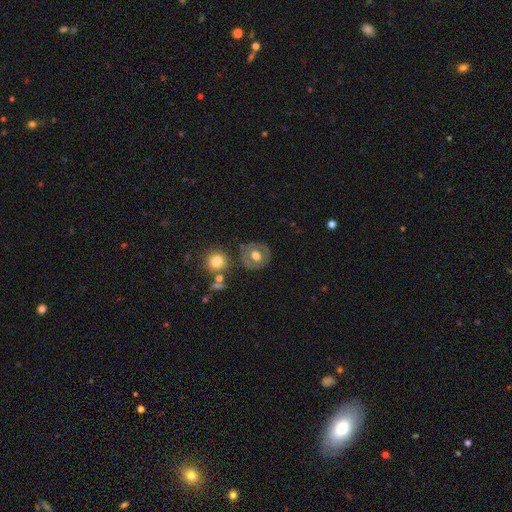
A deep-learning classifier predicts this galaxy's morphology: Overall: smooth (50%; featured or disk 43%). Merging: none (79%).